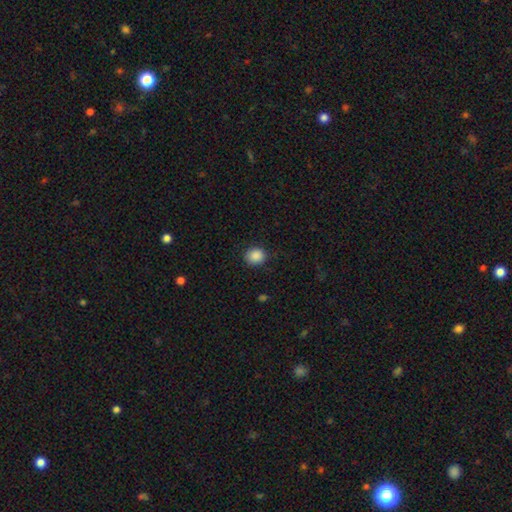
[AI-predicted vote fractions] This is clearly a smooth galaxy (88%). How rounded: clearly round (81%). Merging: clearly none (88%).